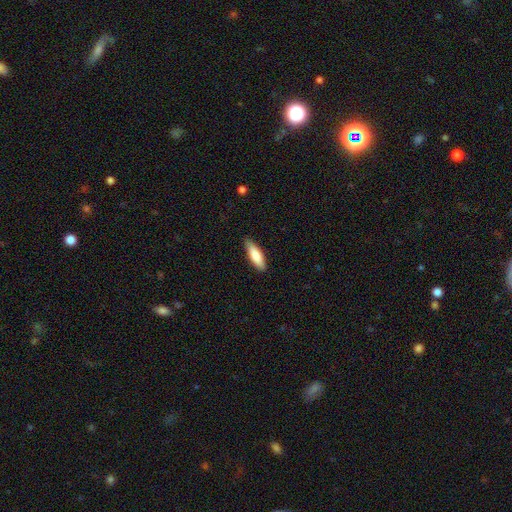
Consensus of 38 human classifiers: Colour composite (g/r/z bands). It shows a smooth galaxy with no disk features (79%) that is in between round and cigar-shaped (63%). Merging: none (92%).